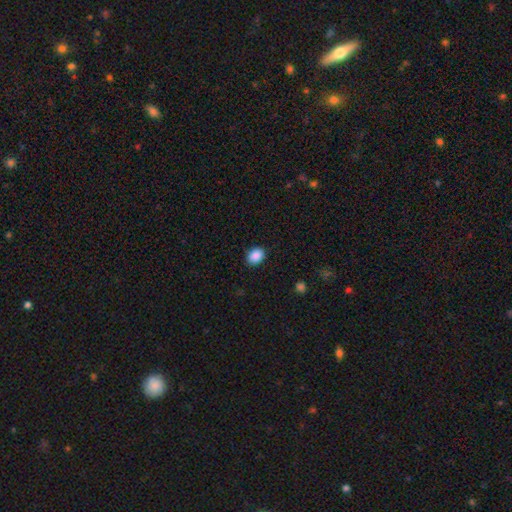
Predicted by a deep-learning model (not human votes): Q: Smooth or featured?
A: smooth (89%); runner-up: star or artifact (8%)
Q: How rounded?
A: in between (64%); runner-up: round (35%)
Q: Merging?
A: none (89%); runner-up: minor disturbance (8%)